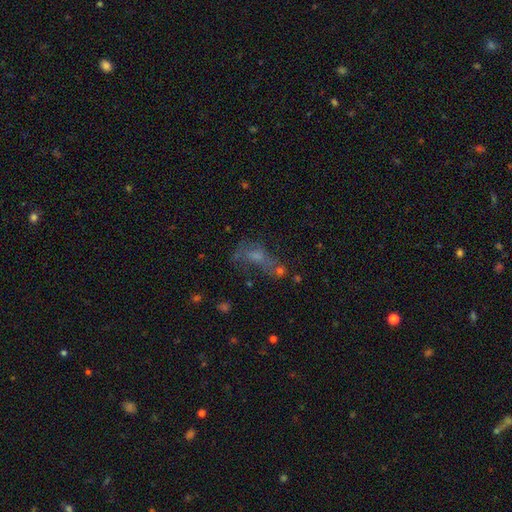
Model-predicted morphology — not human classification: type=smooth (44%); merging=major disturbance (31%).